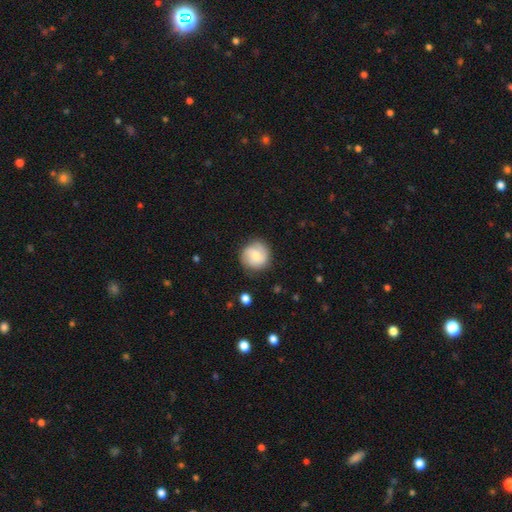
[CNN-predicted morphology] Smooth or featured?
  - smooth: 54% *
  - featured or disk: 39%
  - star or artifact: 7%
How rounded?
  - round: 92% *
  - in between: 7%
  - cigar-shaped: 1%
Merging?
  - none: 83% *
  - minor disturbance: 12%
  - major disturbance: 4%
  - merger: 1%